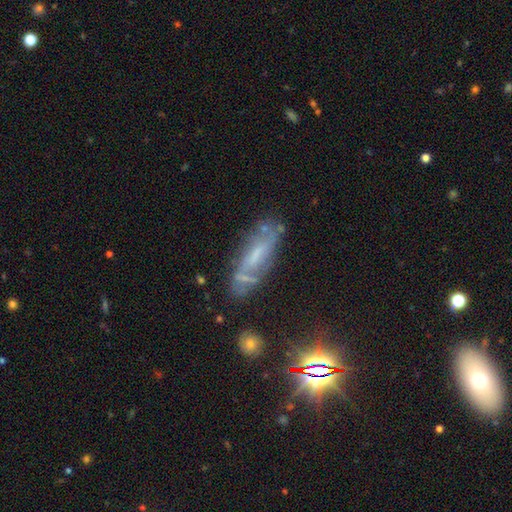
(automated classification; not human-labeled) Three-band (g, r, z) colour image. It shows a featured or disk galaxy (64%). Merging: none (60%).